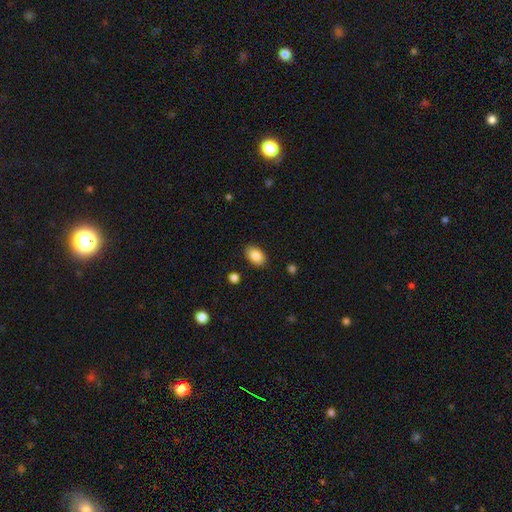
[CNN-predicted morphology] type=smooth (87%); roundness=in between (90%); merging=none (87%).